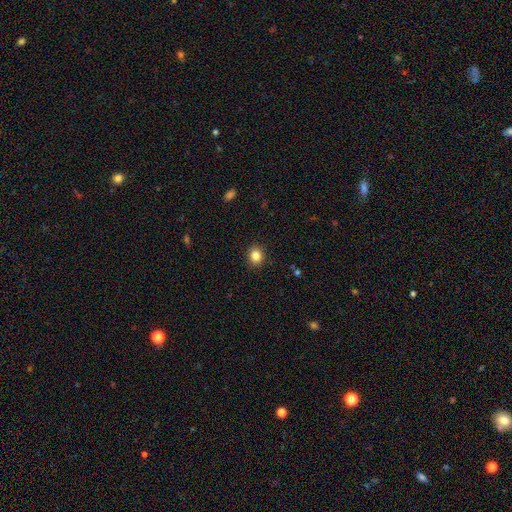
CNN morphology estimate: This is clearly a smooth galaxy (84%). How rounded: likely round (68%). Merging: clearly none (90%).